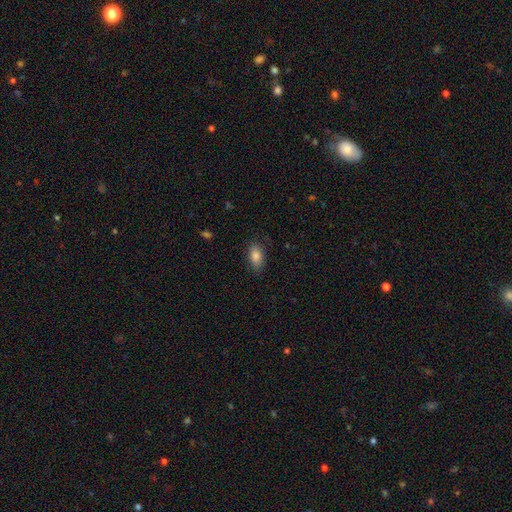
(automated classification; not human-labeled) smooth 84%, featured or disk 8%, star or artifact 8%. Down the decision tree: how rounded — in between (90%); merging — none (83%).